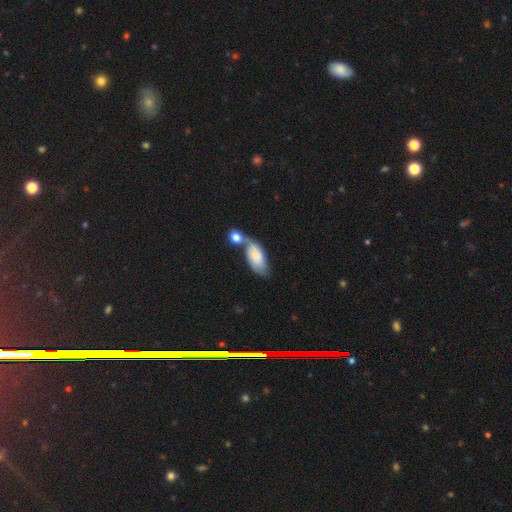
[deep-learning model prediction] Overall: smooth (72%). How rounded: in between (90%). Merging: merger (57%; none 23%).